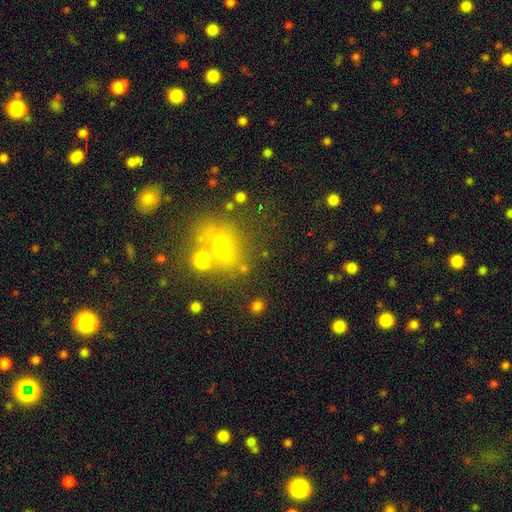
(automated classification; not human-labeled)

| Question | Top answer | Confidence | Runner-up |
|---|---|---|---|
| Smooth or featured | smooth | 43% | star or artifact (39%) |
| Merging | none | 61% | merger (20%) |